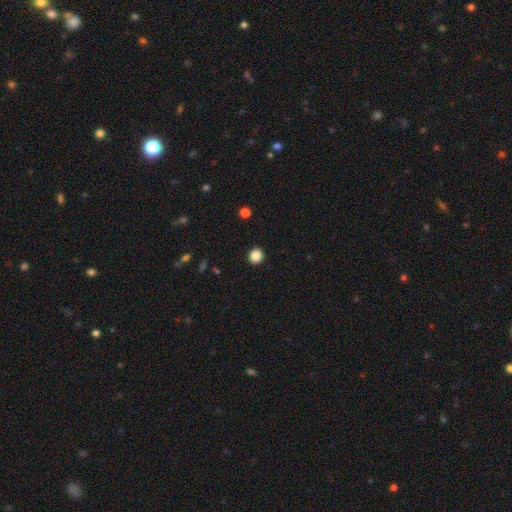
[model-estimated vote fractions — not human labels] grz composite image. It shows a smooth galaxy with no disk features (86%) that is round (87%). Merging: none (92%).